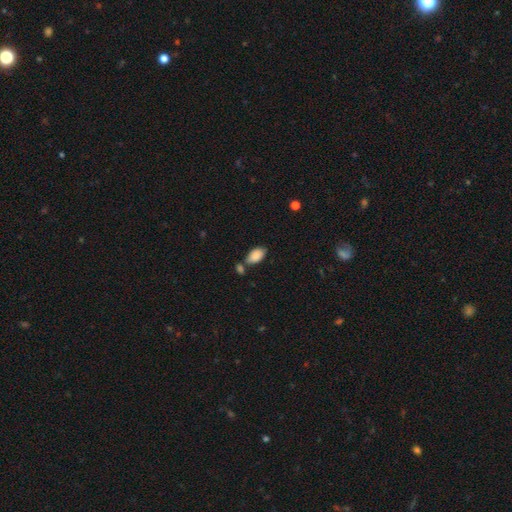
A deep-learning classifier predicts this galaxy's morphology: smooth 89%, star or artifact 7%, featured or disk 4%. Down the decision tree: how rounded — in between (95%); merging — none (63%).